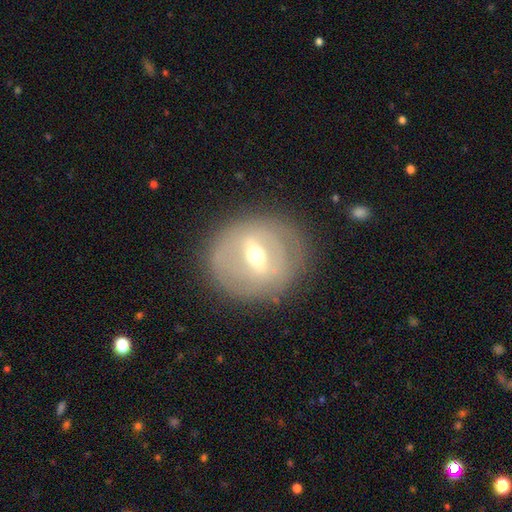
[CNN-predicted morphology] Smooth or featured? featured or disk (70%)
Edge-on disk? no (90%)
Bar? strong (49%)
Spiral arms? no (60%)
Bulge size? moderate (65%)
Merging? none (82%)